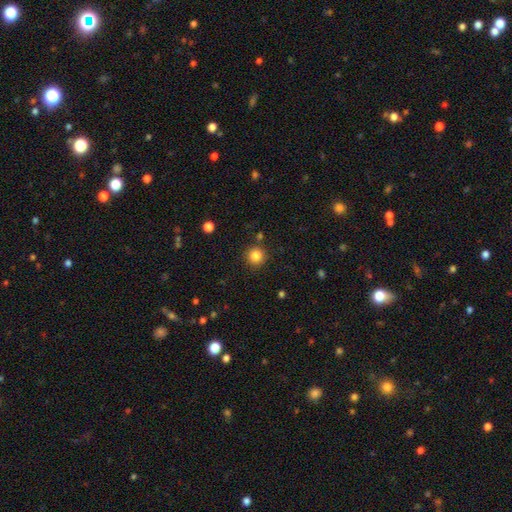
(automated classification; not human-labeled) Q: Smooth or featured?
A: smooth (83%); runner-up: star or artifact (12%)
Q: How rounded?
A: round (95%); runner-up: in between (4%)
Q: Merging?
A: none (88%); runner-up: minor disturbance (6%)